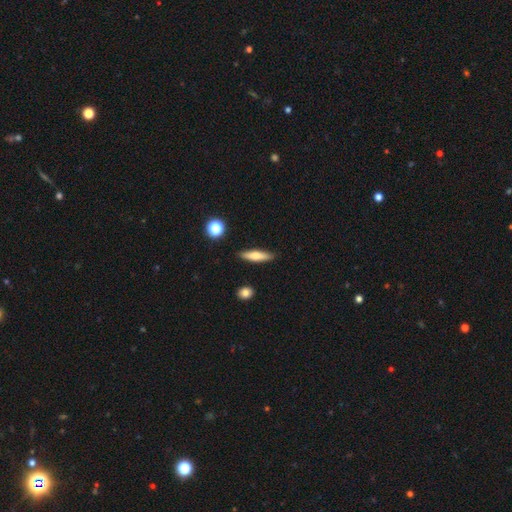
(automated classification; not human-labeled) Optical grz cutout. It shows a smooth galaxy with no disk features (67%) that is cigar-shaped (75%). Merging: none (88%).